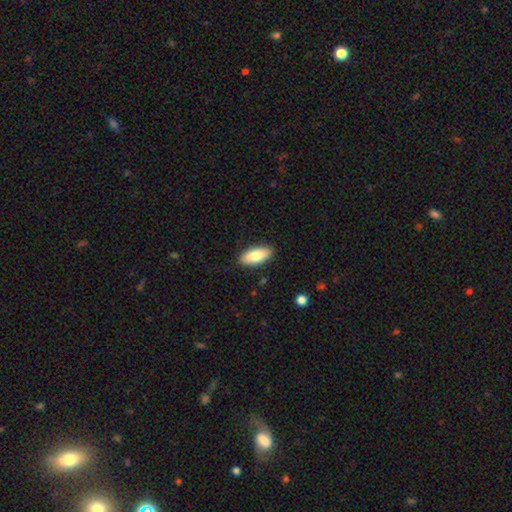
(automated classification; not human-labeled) The model was most divided on "smooth or featured": smooth: 81%, featured or disk: 13%, star or artifact: 6%. More confident: merging — none (87%); how rounded — in between (87%).